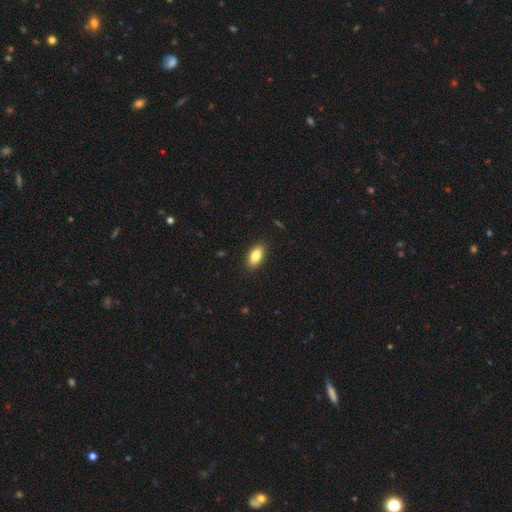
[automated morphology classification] This is clearly a smooth galaxy (86%). How rounded: clearly in between (90%). Merging: clearly none (89%).